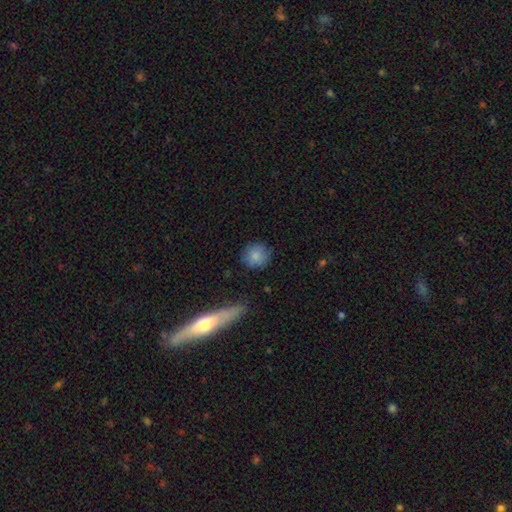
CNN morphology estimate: This appears to be a smooth galaxy with no disk features (84%) that is round (88%). Merging: none (81%).